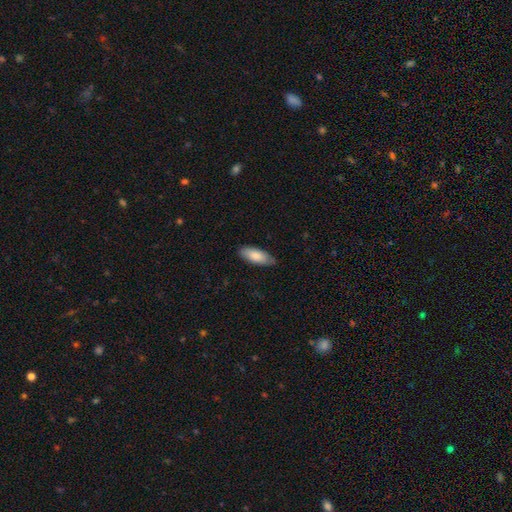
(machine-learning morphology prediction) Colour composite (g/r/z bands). It shows a smooth galaxy with no disk features (84%) that is in between round and cigar-shaped (78%). Merging: none (82%).